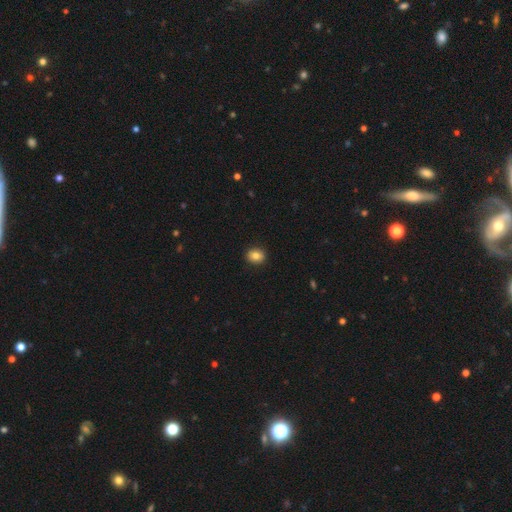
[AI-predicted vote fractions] A smooth galaxy with no disk features (84%) that is round (61%).

Vote fractions:
- Smooth or featured? smooth: 84% / star or artifact: 10% / featured or disk: 7%
- How rounded? round: 61% / in between: 38% / cigar-shaped: 1%
- Merging? none: 91% / minor disturbance: 6% / major disturbance: 2% / merger: 1%